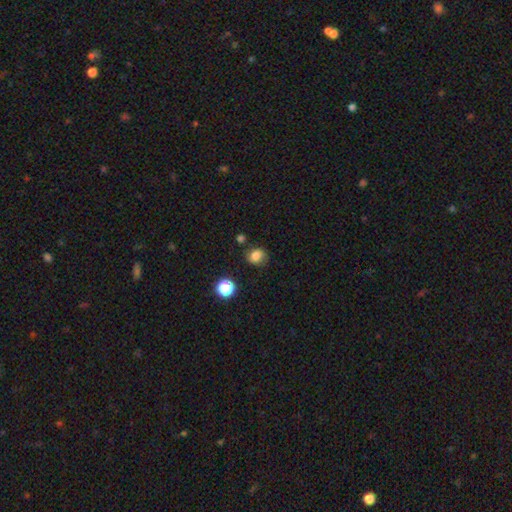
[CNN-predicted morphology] type=smooth (79%); roundness=round (65%); merging=none (69%).